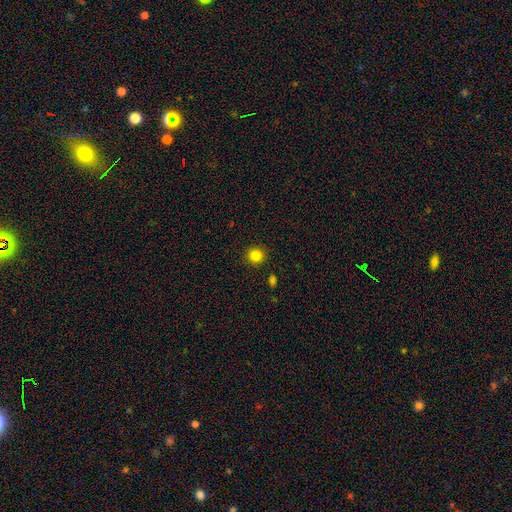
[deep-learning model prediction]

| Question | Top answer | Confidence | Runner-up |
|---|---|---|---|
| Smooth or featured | smooth | 84% | star or artifact (12%) |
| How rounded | round | 93% | in between (7%) |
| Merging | none | 91% | minor disturbance (5%) |